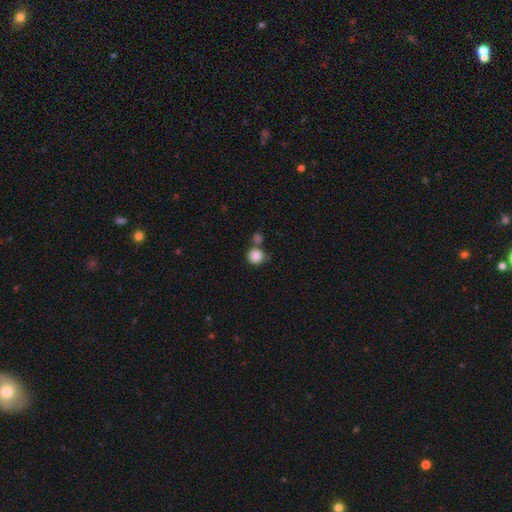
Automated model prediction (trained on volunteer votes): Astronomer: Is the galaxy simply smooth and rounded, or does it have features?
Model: smooth — 86%.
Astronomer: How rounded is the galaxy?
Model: round — 92%.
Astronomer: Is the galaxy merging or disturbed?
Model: none — 61%.